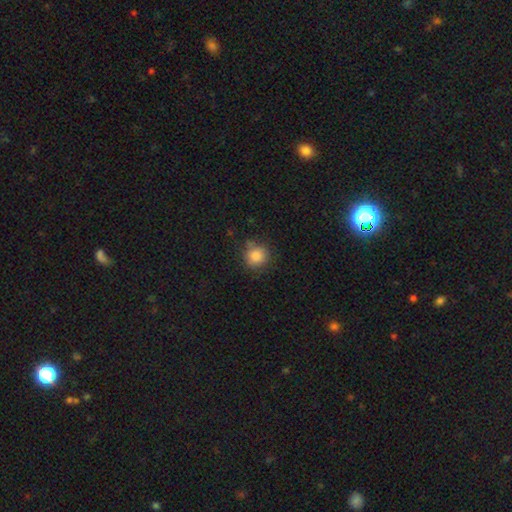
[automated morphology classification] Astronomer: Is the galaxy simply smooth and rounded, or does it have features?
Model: smooth — 86%.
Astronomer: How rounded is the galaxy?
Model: round — 89%.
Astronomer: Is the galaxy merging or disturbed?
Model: none — 78%.